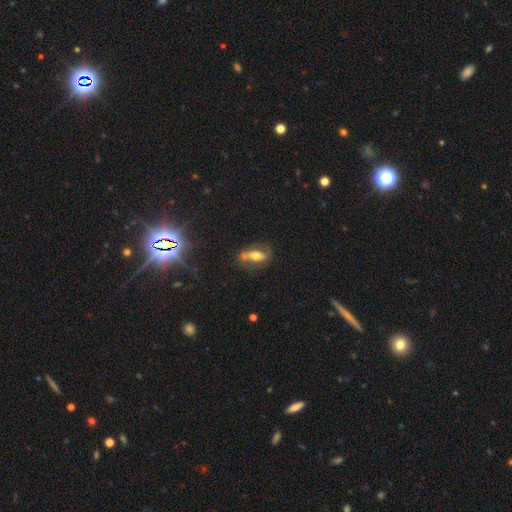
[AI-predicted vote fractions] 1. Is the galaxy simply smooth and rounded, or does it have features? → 55% featured or disk, 35% smooth, 10% star or artifact.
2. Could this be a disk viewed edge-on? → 72% no, 28% yes.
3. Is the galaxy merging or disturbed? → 61% none, 22% minor disturbance, 11% major disturbance, 7% merger.